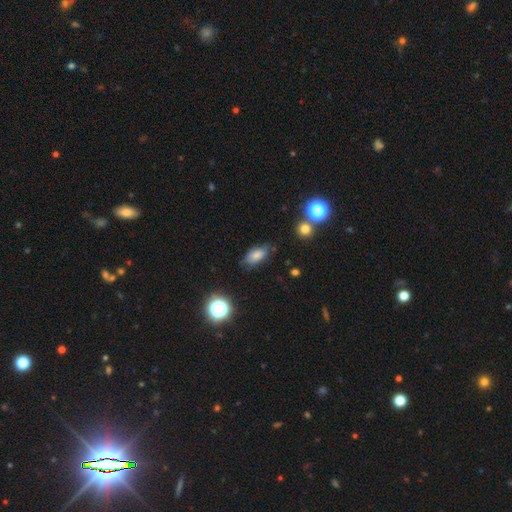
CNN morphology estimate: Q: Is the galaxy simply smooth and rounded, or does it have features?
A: smooth — 76%.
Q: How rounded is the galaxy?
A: in between — 88%.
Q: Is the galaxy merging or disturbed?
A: none — 71%.